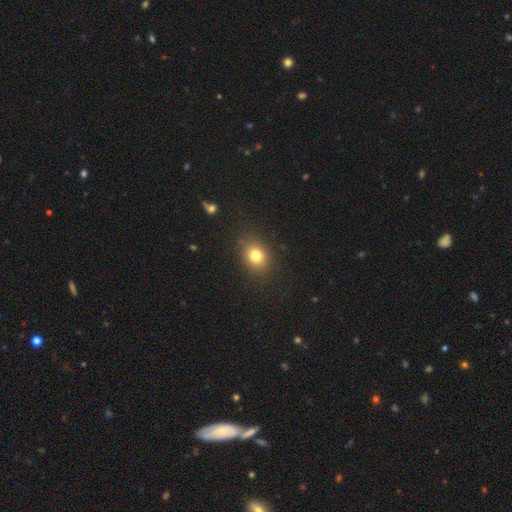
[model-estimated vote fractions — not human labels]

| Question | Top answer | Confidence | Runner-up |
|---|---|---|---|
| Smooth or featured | smooth | 78% | star or artifact (12%) |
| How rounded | in between | 50% | round (49%) |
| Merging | none | 84% | minor disturbance (11%) |